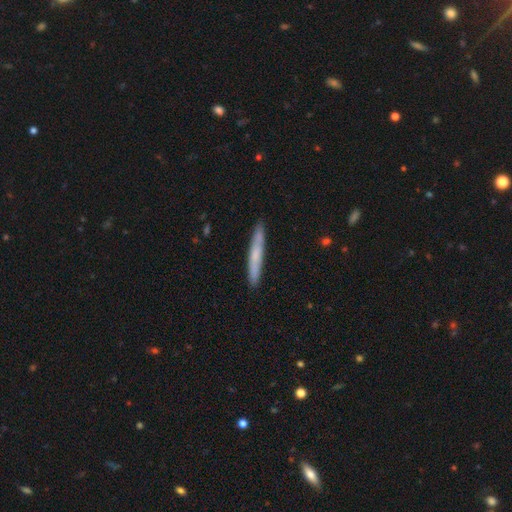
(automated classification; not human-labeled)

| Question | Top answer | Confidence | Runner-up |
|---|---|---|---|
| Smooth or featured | smooth | 58% | featured or disk (36%) |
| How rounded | cigar-shaped | 96% | in between (3%) |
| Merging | none | 90% | minor disturbance (8%) |